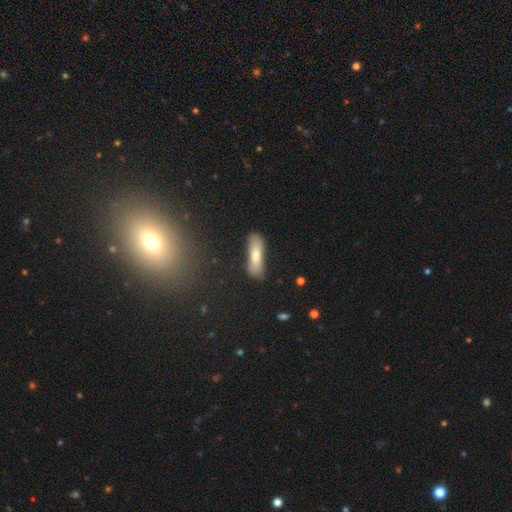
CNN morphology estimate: A smooth galaxy with no disk features (74%) that is cigar-shaped (59%). Merging: none (68%).